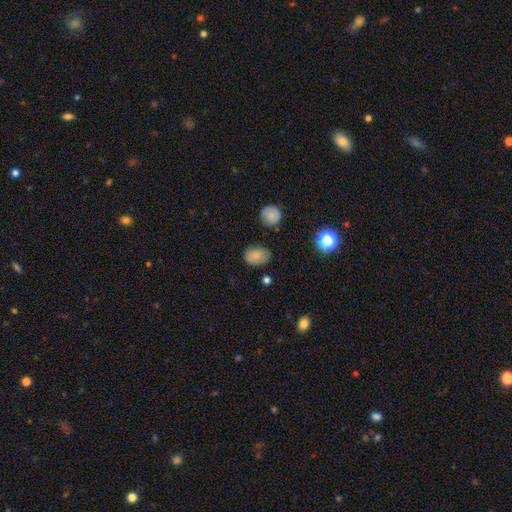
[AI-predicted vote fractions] A smooth galaxy with no disk features (81%) that is in between round and cigar-shaped (75%).

Vote fractions:
- Smooth or featured? smooth: 81% / star or artifact: 11% / featured or disk: 9%
- How rounded? in between: 75% / round: 24% / cigar-shaped: 1%
- Merging? none: 70% / minor disturbance: 22% / major disturbance: 5% / merger: 2%